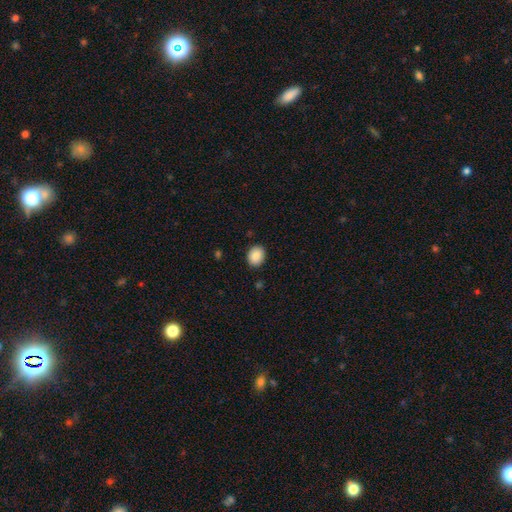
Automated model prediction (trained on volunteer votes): Smooth or featured: smooth — 87% (star or artifact — 8%)
How rounded: round — 54% (in between — 45%)
Merging: none — 88% (minor disturbance — 8%)